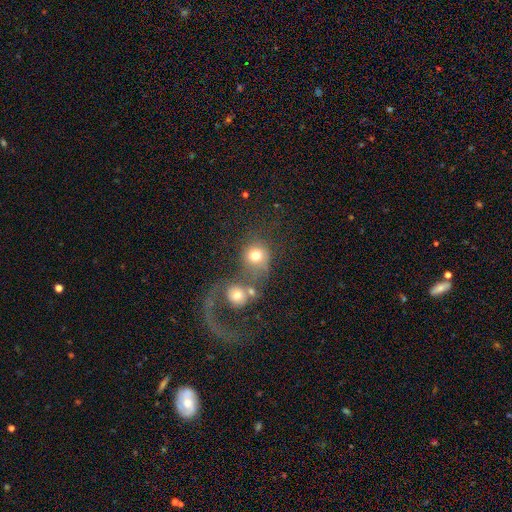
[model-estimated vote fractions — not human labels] A smooth galaxy with no disk features (69%) that is round (82%).

Vote fractions:
- Smooth or featured? smooth: 69% / featured or disk: 19% / star or artifact: 13%
- How rounded? round: 82% / in between: 16% / cigar-shaped: 1%
- Merging? merger: 42% / none: 32% / major disturbance: 16% / minor disturbance: 10%